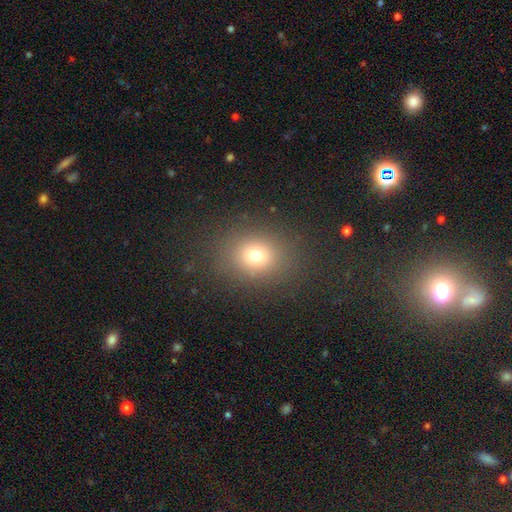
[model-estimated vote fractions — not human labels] Smooth or featured? Predicted: smooth (p=0.71). How rounded? Predicted: round (p=0.67). Merging? Predicted: none (p=0.84).